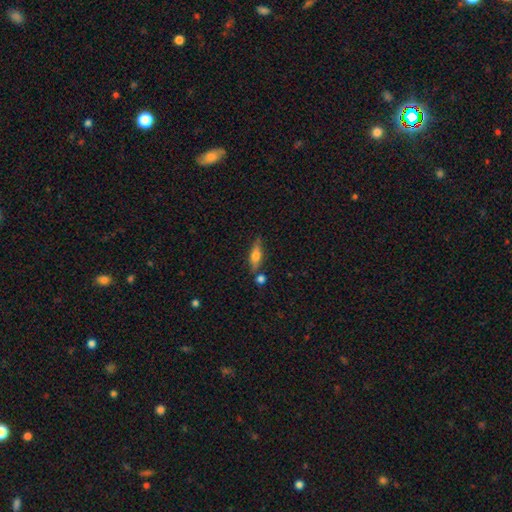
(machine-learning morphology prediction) Overall: smooth (53%; featured or disk 39%). How rounded: cigar-shaped (51%; in between 45%). Merging: none (72%).